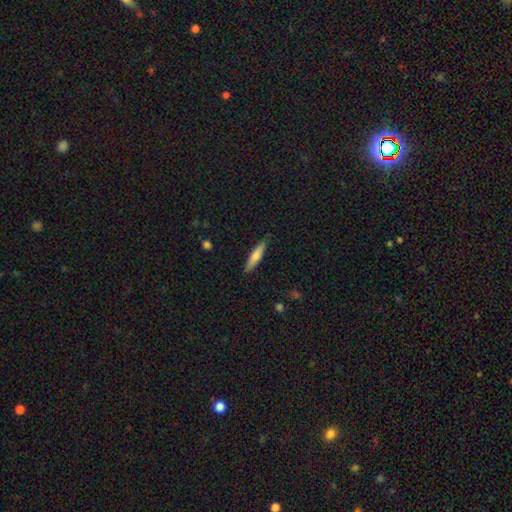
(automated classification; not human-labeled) This is likely a smooth galaxy (65%). How rounded: clearly cigar-shaped (82%). Merging: clearly none (86%).